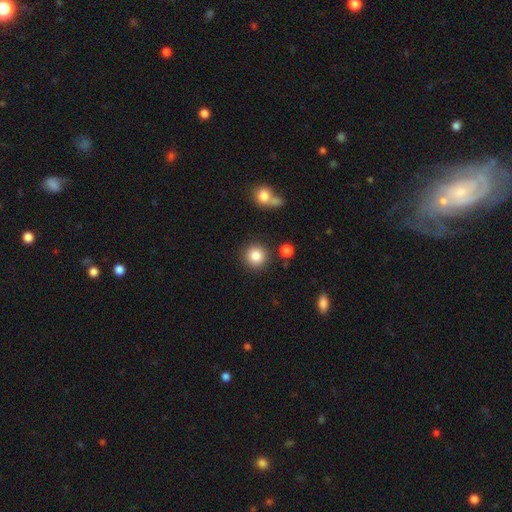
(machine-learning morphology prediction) Smooth or featured? Predicted: smooth (p=0.84). How rounded? Predicted: round (p=0.94). Merging? Predicted: none (p=0.87).